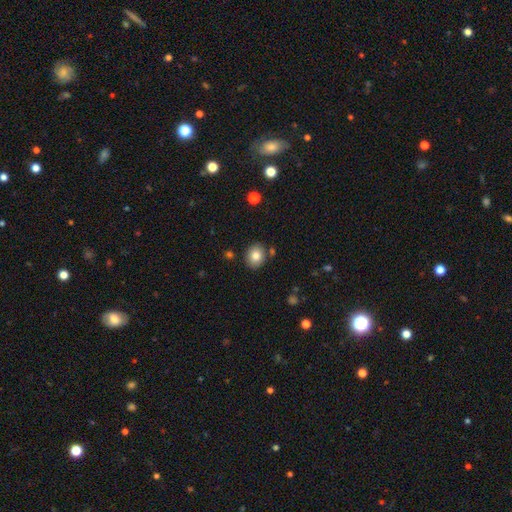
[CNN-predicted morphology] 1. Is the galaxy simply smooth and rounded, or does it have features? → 82% smooth, 9% star or artifact, 9% featured or disk.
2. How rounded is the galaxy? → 62% round, 38% in between, 1% cigar-shaped.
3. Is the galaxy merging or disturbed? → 83% none, 10% minor disturbance, 4% merger, 2% major disturbance.